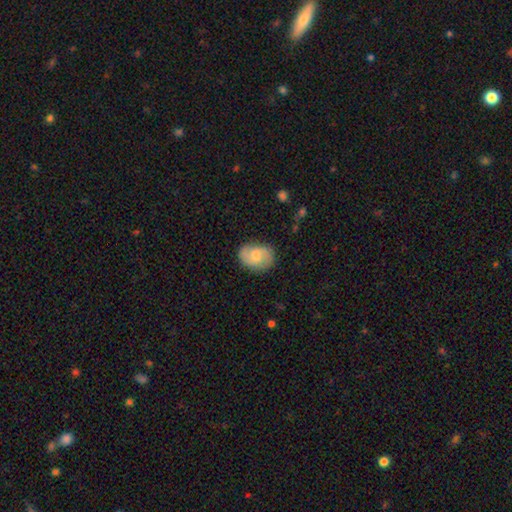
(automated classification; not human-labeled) Q: Smooth or featured?
A: smooth (49%); runner-up: featured or disk (44%)
Q: Merging?
A: none (77%); runner-up: minor disturbance (17%)